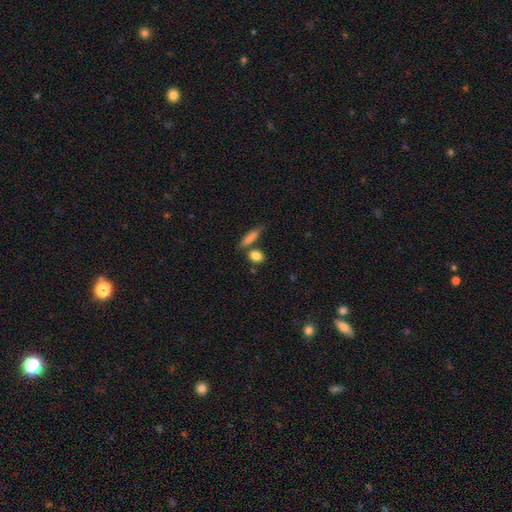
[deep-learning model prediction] A smooth galaxy with no disk features (85%) that is in between round and cigar-shaped (54%).

Vote fractions:
- Smooth or featured? smooth: 85% / star or artifact: 8% / featured or disk: 7%
- How rounded? in between: 54% / round: 36% / cigar-shaped: 10%
- Merging? none: 68% / merger: 16% / minor disturbance: 12% / major disturbance: 4%